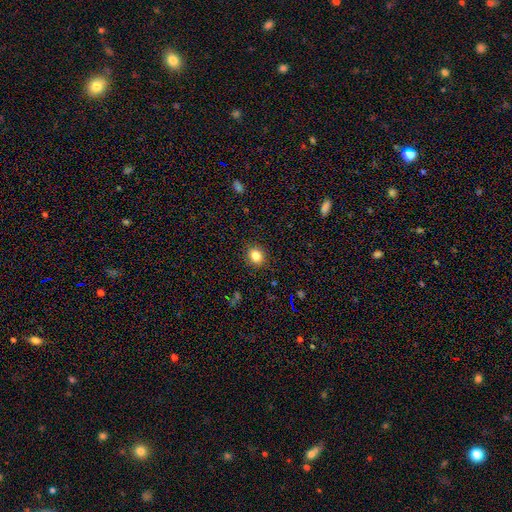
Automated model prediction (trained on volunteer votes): Smooth or featured: smooth — 83% (star or artifact — 11%)
How rounded: round — 77% (in between — 22%)
Merging: none — 90% (minor disturbance — 7%)